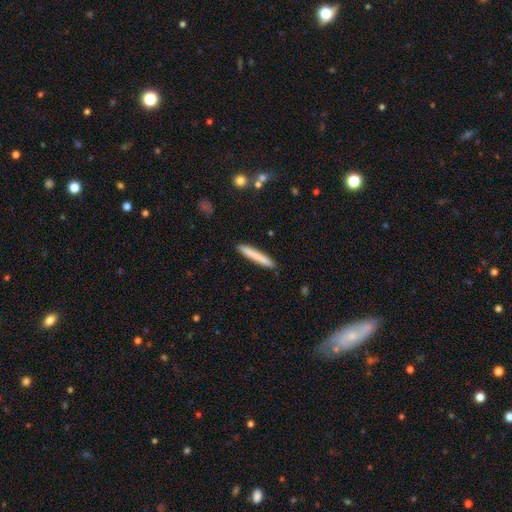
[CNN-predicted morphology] The model was most divided on "smooth or featured": smooth: 77%, featured or disk: 17%, star or artifact: 6%. More confident: how rounded — cigar-shaped (96%); merging — none (90%).